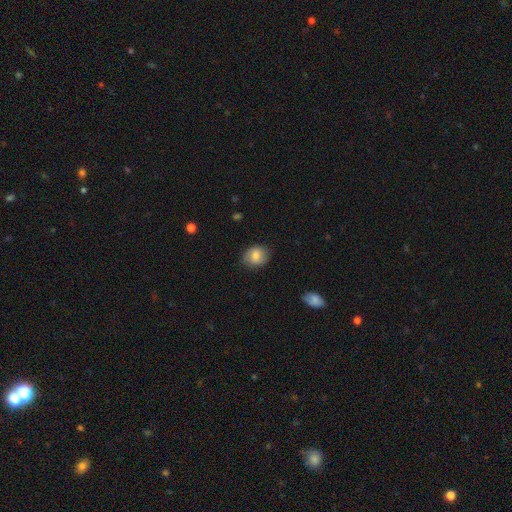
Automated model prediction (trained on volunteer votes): The model was most divided on "how rounded": round: 55%, in between: 44%, cigar-shaped: 1%. More confident: merging — none (80%); smooth or featured — smooth (78%).